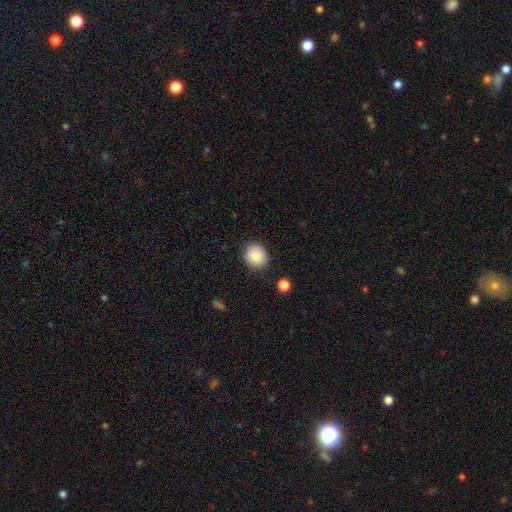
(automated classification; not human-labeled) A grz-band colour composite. It shows a smooth galaxy with no disk features (84%) that is round (84%). Merging: none (86%).